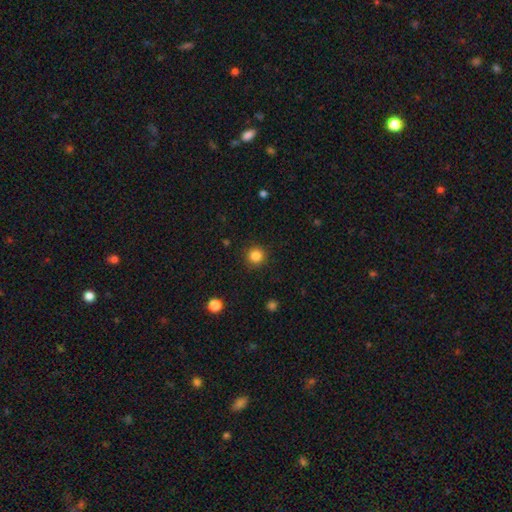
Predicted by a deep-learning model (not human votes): A smooth galaxy with no disk features (85%) that is round (95%). Merging: none (91%).